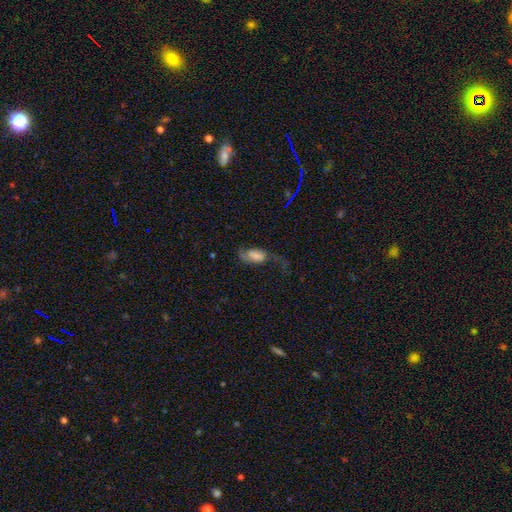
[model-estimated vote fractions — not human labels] A featured or disk galaxy (46%).

Vote fractions:
- Smooth or featured? featured or disk: 46% / smooth: 44% / star or artifact: 10%
- Merging? major disturbance: 42% / none: 33% / minor disturbance: 21% / merger: 4%